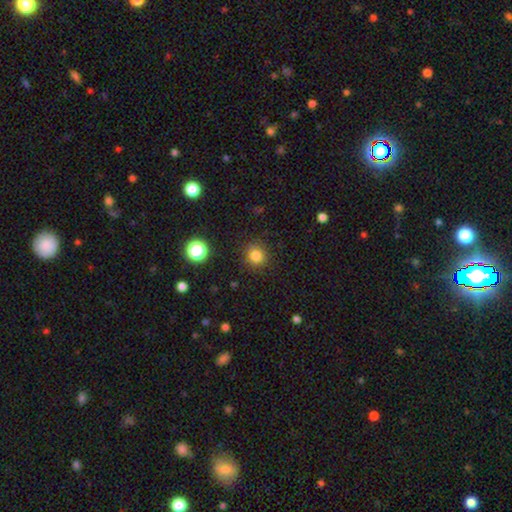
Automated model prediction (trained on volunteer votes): A smooth galaxy with no disk features (81%) that is round (90%).

Vote fractions:
- Smooth or featured? smooth: 81% / star or artifact: 13% / featured or disk: 5%
- How rounded? round: 90% / in between: 9% / cigar-shaped: 1%
- Merging? none: 87% / minor disturbance: 9% / major disturbance: 3% / merger: 1%